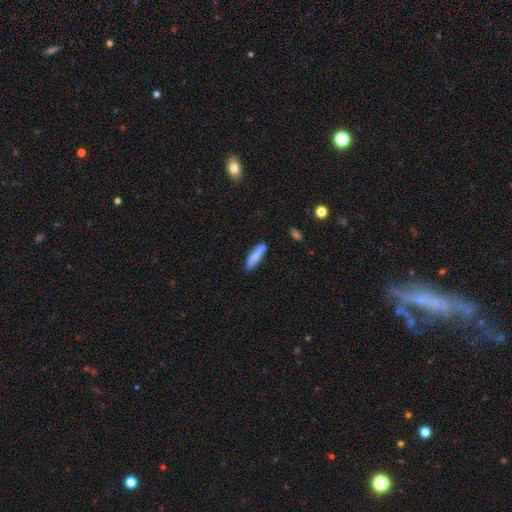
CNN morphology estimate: Smooth or featured: smooth — 82% (featured or disk — 12%)
How rounded: cigar-shaped — 81% (in between — 17%)
Merging: none — 83% (minor disturbance — 13%)